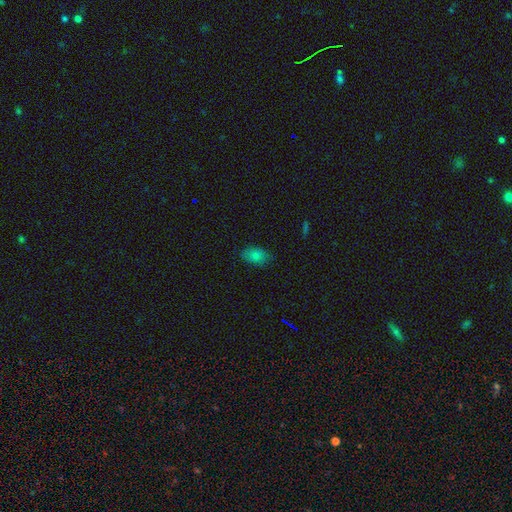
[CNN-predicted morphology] Smooth or featured? smooth (79%)
How rounded? in between (87%)
Merging? none (80%)